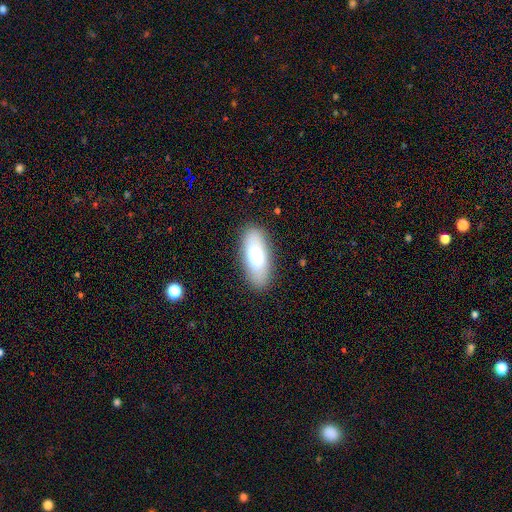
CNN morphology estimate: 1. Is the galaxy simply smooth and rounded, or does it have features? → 72% smooth, 21% featured or disk, 7% star or artifact.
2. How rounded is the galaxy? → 79% in between, 19% cigar-shaped, 2% round.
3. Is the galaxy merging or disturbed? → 86% none, 10% minor disturbance, 3% major disturbance, 1% merger.